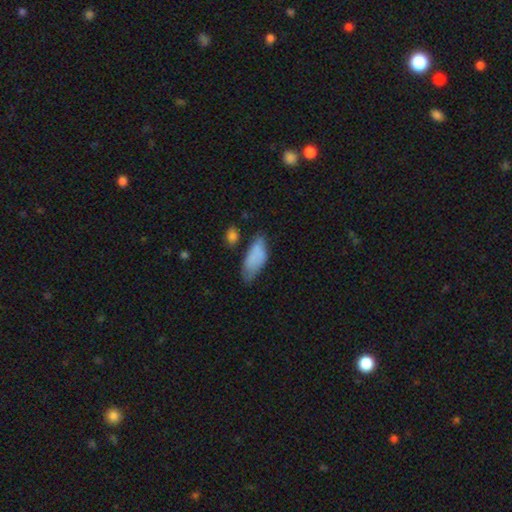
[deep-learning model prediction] Overall: smooth (80%). How rounded: in between (83%). Merging: none (47%; minor disturbance 35%).